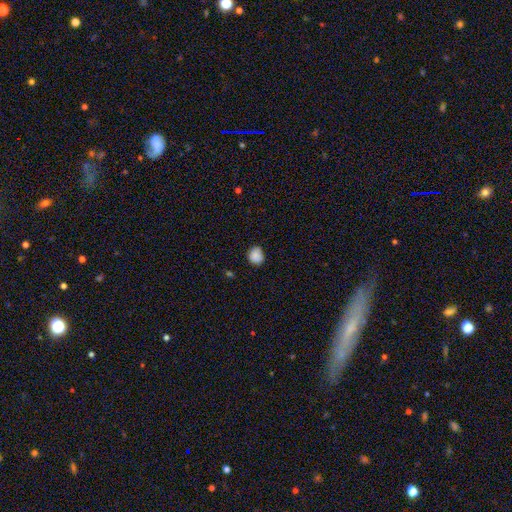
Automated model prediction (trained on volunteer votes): Q: Smooth or featured?
A: smooth (88%); runner-up: star or artifact (9%)
Q: How rounded?
A: round (78%); runner-up: in between (21%)
Q: Merging?
A: none (80%); runner-up: minor disturbance (17%)